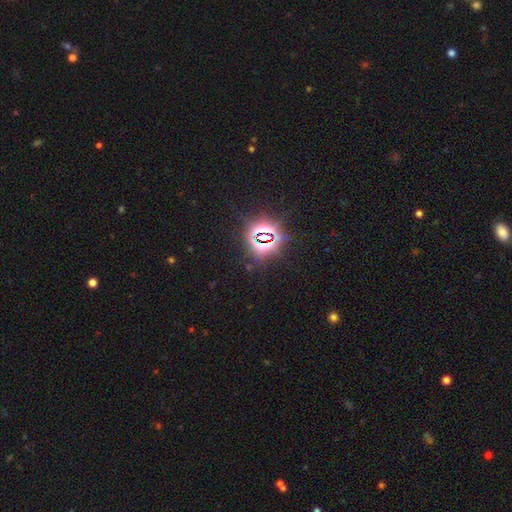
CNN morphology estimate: star or artifact 82%, smooth 11%, featured or disk 8%.